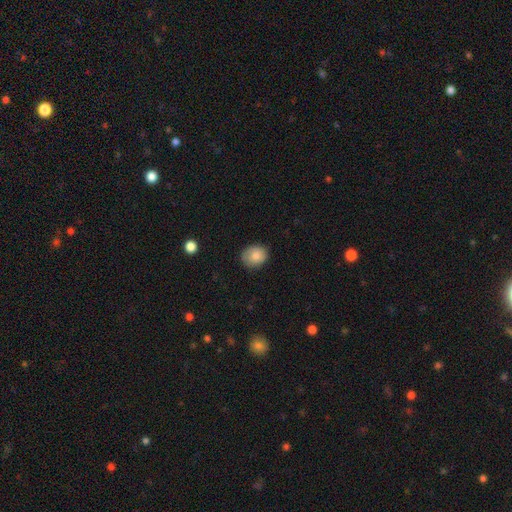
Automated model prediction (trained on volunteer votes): smooth_or_featured: smooth (p=0.83) [alt: featured or disk p=0.09]
how_rounded: round (p=0.68) [alt: in between p=0.31]
merging: none (p=0.80) [alt: minor disturbance p=0.16]